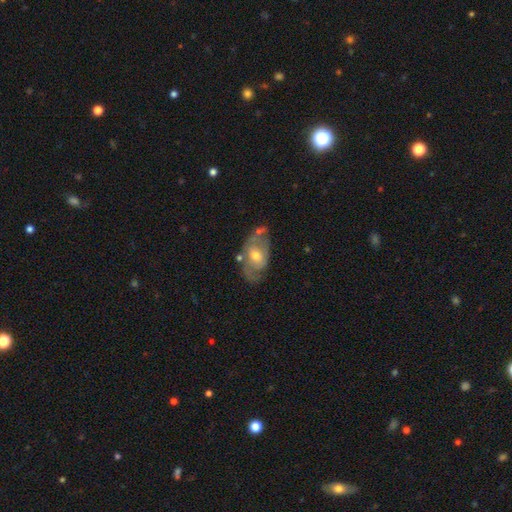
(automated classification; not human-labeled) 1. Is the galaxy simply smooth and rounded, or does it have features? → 65% featured or disk, 28% smooth, 7% star or artifact.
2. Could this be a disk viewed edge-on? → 93% no, 7% yes.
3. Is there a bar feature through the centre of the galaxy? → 62% no, 31% weak, 8% strong.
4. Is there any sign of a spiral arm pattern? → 65% yes, 35% no.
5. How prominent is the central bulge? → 65% moderate, 28% small, 4% large, 1% none, 1% dominant.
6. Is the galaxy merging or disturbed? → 55% none, 24% minor disturbance, 11% major disturbance, 10% merger.